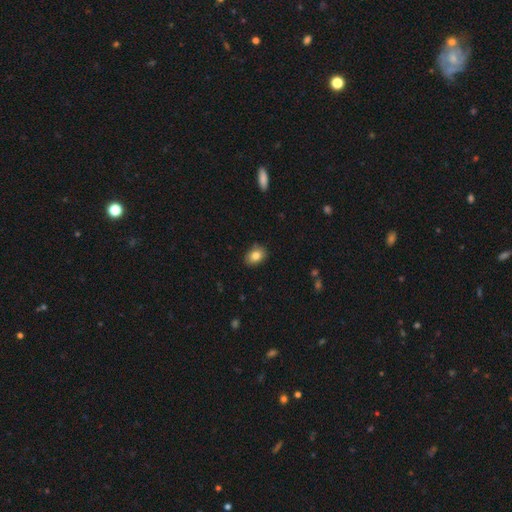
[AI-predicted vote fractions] Overall: smooth (84%). How rounded: in between (75%). Merging: none (86%).